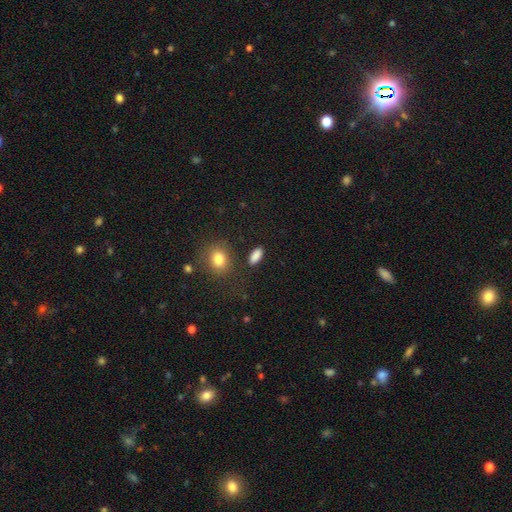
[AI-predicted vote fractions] A smooth galaxy with no disk features (87%) that is in between round and cigar-shaped (84%). Merging: none (85%).